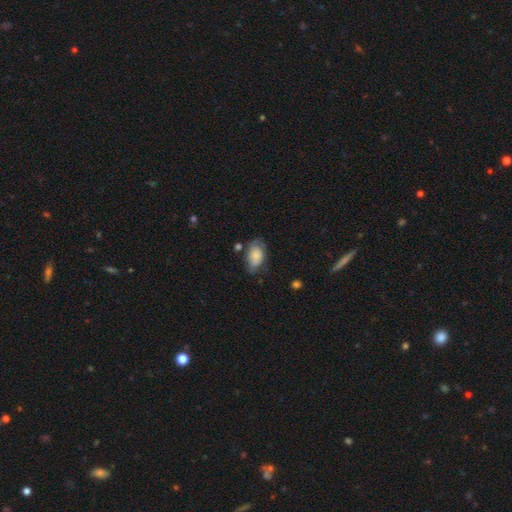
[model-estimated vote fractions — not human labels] Smooth or featured? Predicted: smooth (p=0.71). How rounded? Predicted: in between (p=0.91). Merging? Predicted: none (p=0.53).